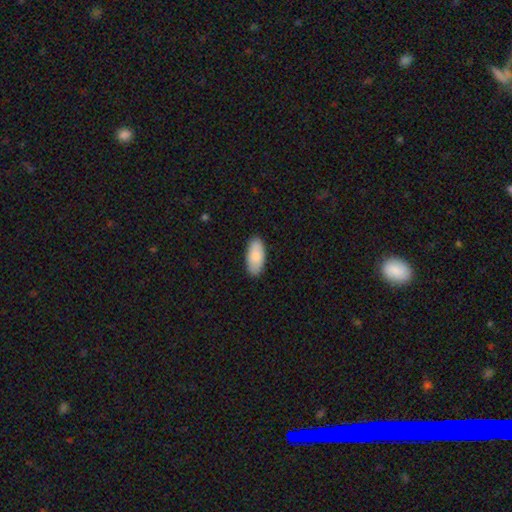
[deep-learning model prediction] The model was most divided on "smooth or featured": smooth: 86%, featured or disk: 9%, star or artifact: 5%. More confident: how rounded — in between (92%); merging — none (88%).